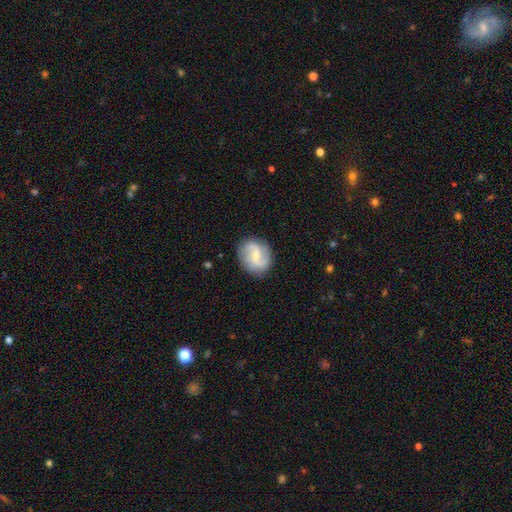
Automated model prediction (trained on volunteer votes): featured or disk 77%, smooth 17%, star or artifact 6%. Down the decision tree: edge-on disk — no (98%); bar — weak (56%); spiral arms — yes (94%); spiral arm count — 2 (89%); spiral winding — loose (54%); bulge size — small (59%); merging — none (83%).